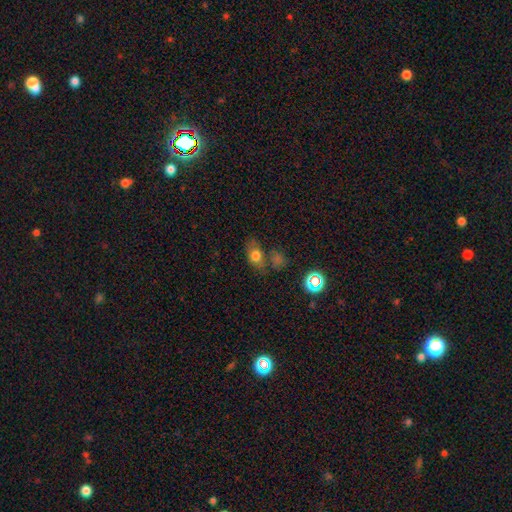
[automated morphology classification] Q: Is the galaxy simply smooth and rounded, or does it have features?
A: smooth — 68%.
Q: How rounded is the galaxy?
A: in between — 69%.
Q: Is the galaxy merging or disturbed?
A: none — 53%.